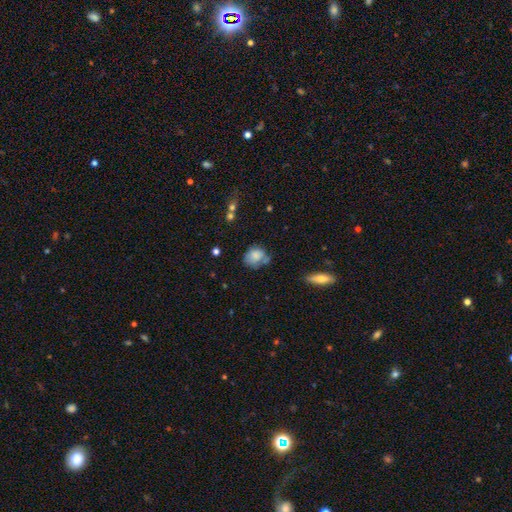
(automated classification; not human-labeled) This is likely a smooth galaxy (75%). How rounded: possibly round (56%). Merging: possibly none (45%).